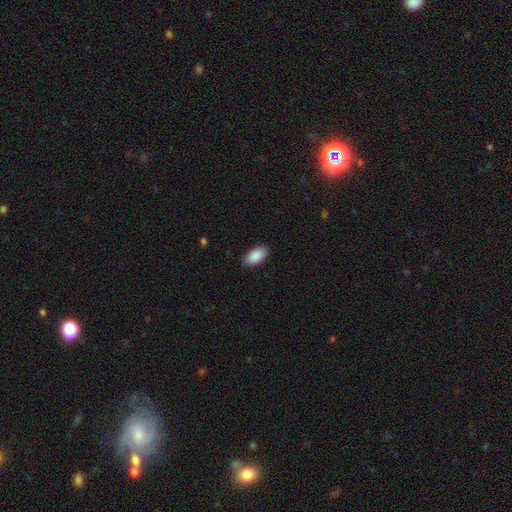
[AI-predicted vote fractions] This appears to be a smooth galaxy with no disk features (90%) that is in between round and cigar-shaped (95%). Merging: none (88%).